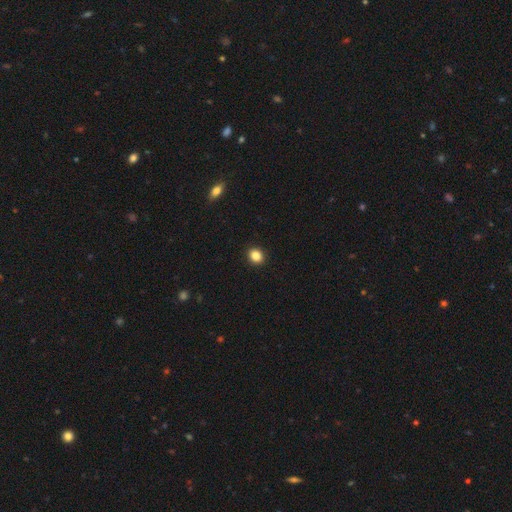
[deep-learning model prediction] A smooth galaxy with no disk features (86%) that is round (70%). Merging: none (92%).